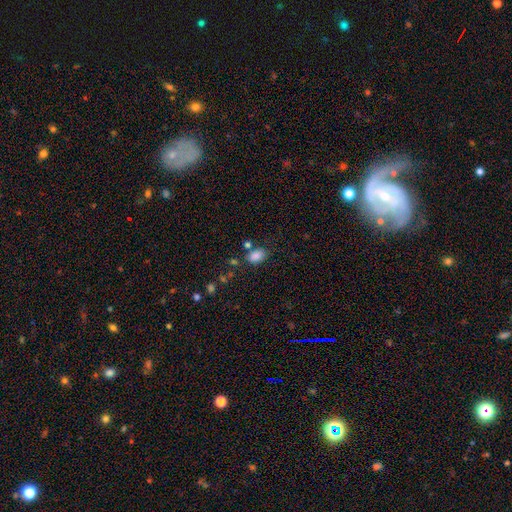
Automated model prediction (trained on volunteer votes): smooth_or_featured: smooth (p=0.85) [alt: star or artifact p=0.10]
how_rounded: in between (p=0.81) [alt: round p=0.18]
merging: none (p=0.70) [alt: minor disturbance p=0.15]